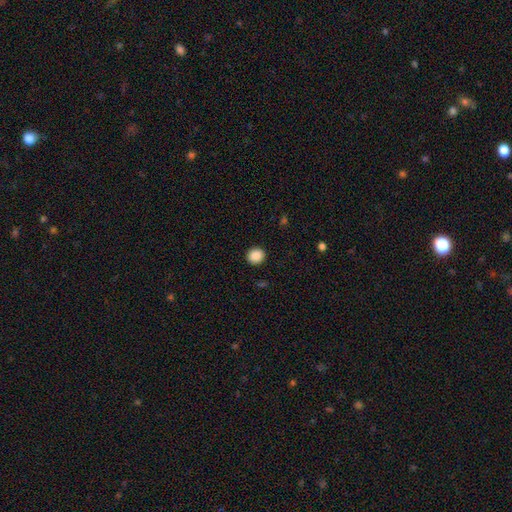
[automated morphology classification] smooth_or_featured: smooth (p=0.89) [alt: star or artifact p=0.09]
how_rounded: round (p=0.85) [alt: in between p=0.15]
merging: none (p=0.92) [alt: minor disturbance p=0.05]